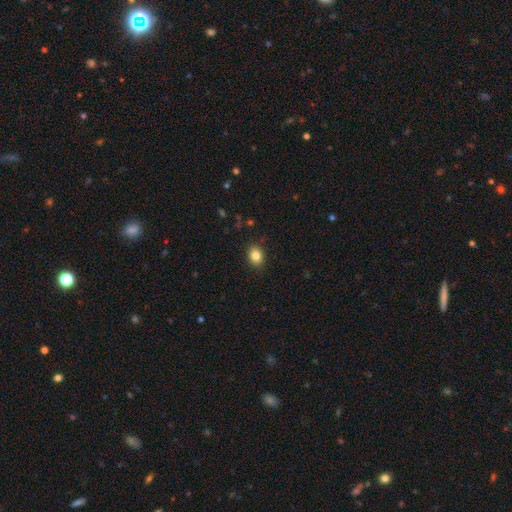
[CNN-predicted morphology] smooth_or_featured: smooth (p=0.84) [alt: star or artifact p=0.10]
how_rounded: in between (p=0.58) [alt: round p=0.41]
merging: none (p=0.88) [alt: minor disturbance p=0.09]